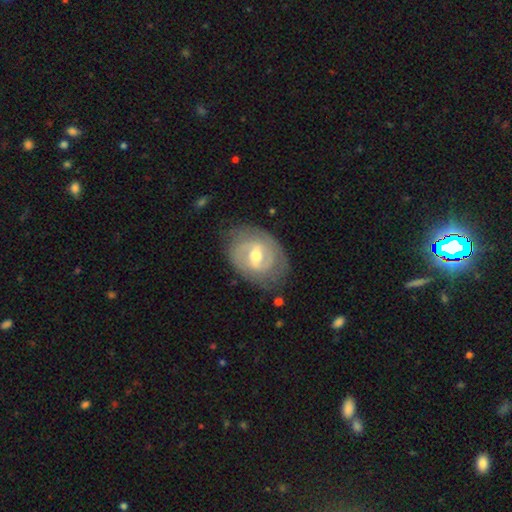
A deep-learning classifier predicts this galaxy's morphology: Smooth or featured: featured or disk — 79% (smooth — 16%)
Edge-on disk: no — 96% (yes — 4%)
Bar: weak — 53% (strong — 28%)
Spiral arms: yes — 81% (no — 19%)
Spiral winding: tight — 55% (medium — 33%)
Spiral arm count: 2 — 65% (can't tell — 22%)
Bulge size: moderate — 73% (small — 19%)
Merging: none — 74% (minor disturbance — 18%)